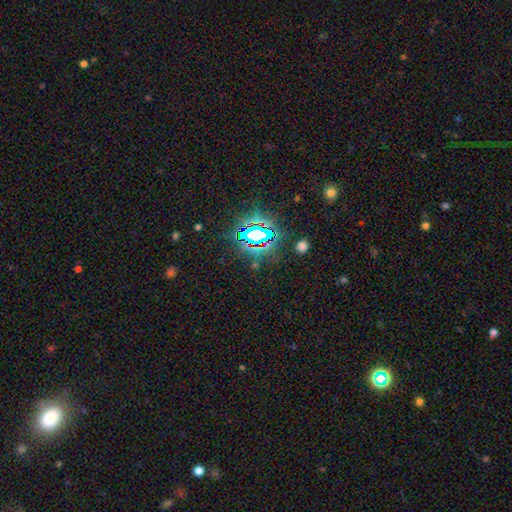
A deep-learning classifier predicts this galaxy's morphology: type=star or artifact (81%).